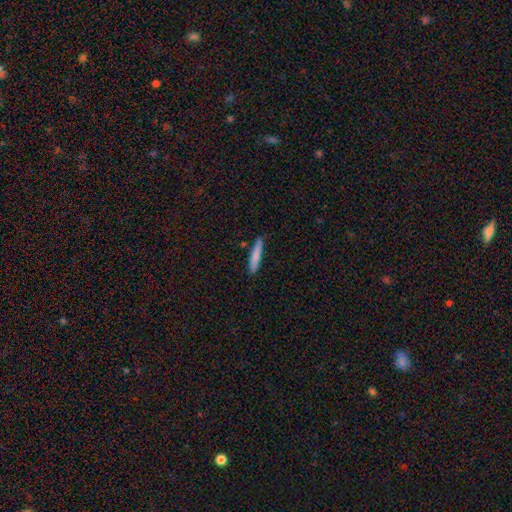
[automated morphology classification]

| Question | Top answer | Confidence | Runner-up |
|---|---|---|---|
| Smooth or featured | smooth | 80% | featured or disk (14%) |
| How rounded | cigar-shaped | 92% | in between (7%) |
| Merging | none | 85% | minor disturbance (11%) |